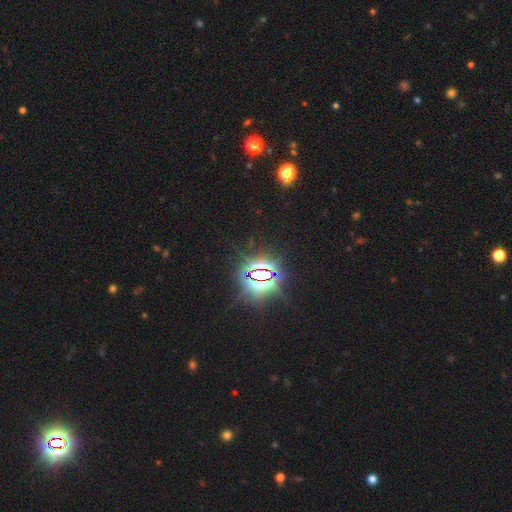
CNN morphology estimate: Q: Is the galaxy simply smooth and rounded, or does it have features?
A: star or artifact — 83%.